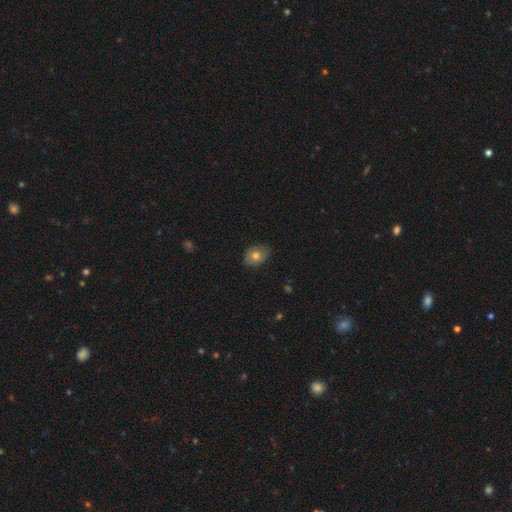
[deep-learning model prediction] This appears to be a smooth galaxy with no disk features (72%) that is in between round and cigar-shaped (68%). Merging: none (79%).